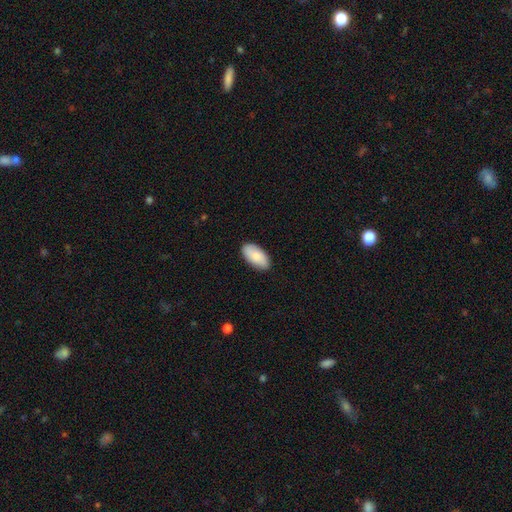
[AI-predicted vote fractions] Smooth or featured?
  - smooth: 82% *
  - featured or disk: 12%
  - star or artifact: 6%
How rounded?
  - in between: 95% *
  - cigar-shaped: 3%
  - round: 2%
Merging?
  - none: 88% *
  - minor disturbance: 9%
  - major disturbance: 2%
  - merger: 1%